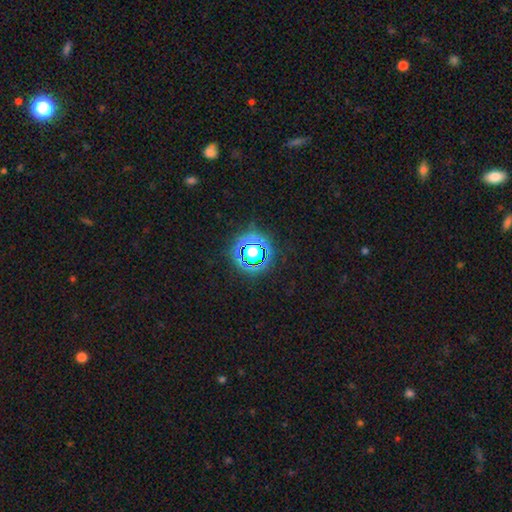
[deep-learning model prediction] This is likely a star or artifact rather than a galaxy (63%).